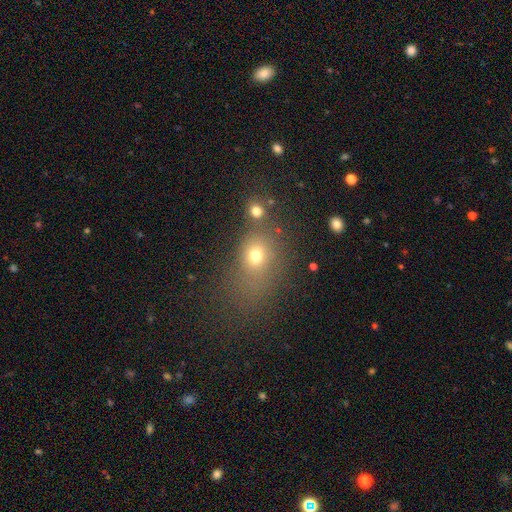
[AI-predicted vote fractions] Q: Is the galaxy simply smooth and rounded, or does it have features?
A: smooth — 69%.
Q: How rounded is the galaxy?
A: in between — 56%.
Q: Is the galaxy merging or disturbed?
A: none — 58%.